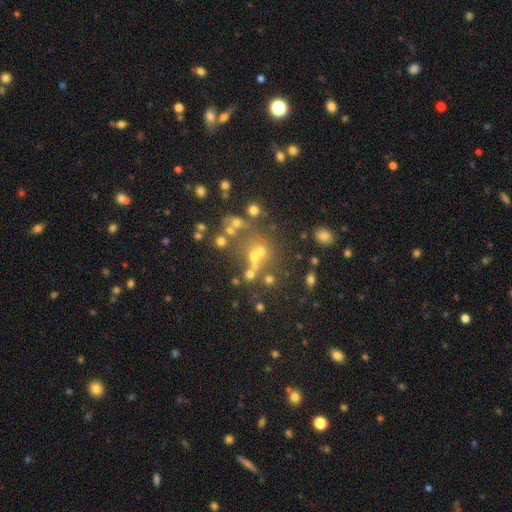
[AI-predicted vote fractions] A smooth galaxy with no disk features (39%).

Vote fractions:
- Smooth or featured? smooth: 39% / star or artifact: 36% / featured or disk: 25%
- Merging? none: 49% / merger: 31% / minor disturbance: 11% / major disturbance: 9%